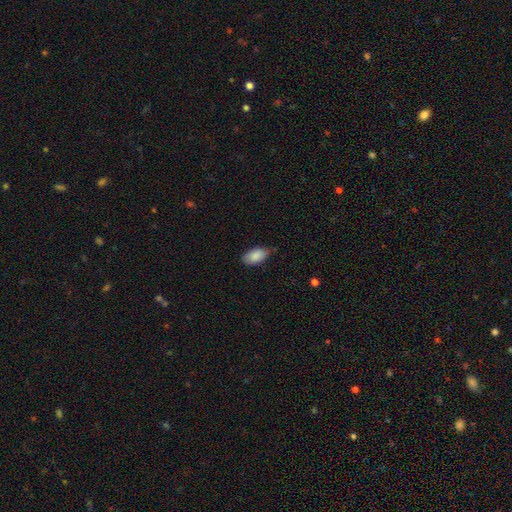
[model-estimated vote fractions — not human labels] Overall: smooth (88%). How rounded: in between (94%). Merging: none (71%).